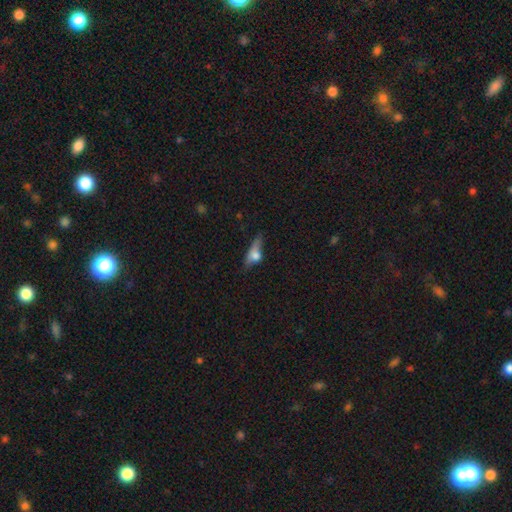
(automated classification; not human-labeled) Smooth or featured? Predicted: smooth (p=0.56). How rounded? Predicted: in between (p=0.50). Merging? Predicted: none (p=0.38).